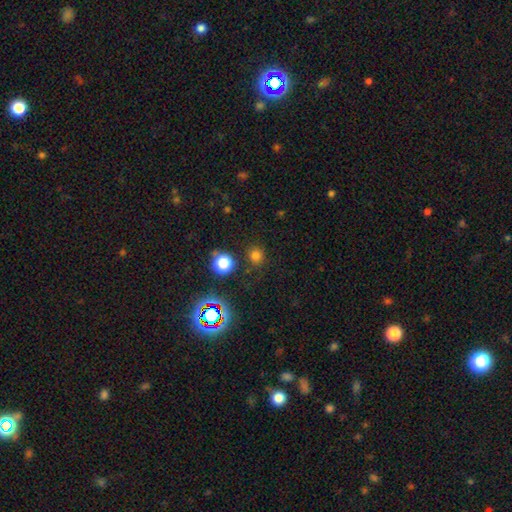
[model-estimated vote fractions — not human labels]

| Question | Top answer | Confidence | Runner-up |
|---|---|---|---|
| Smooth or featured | smooth | 70% | star or artifact (25%) |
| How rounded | round | 90% | in between (8%) |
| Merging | none | 84% | minor disturbance (8%) |